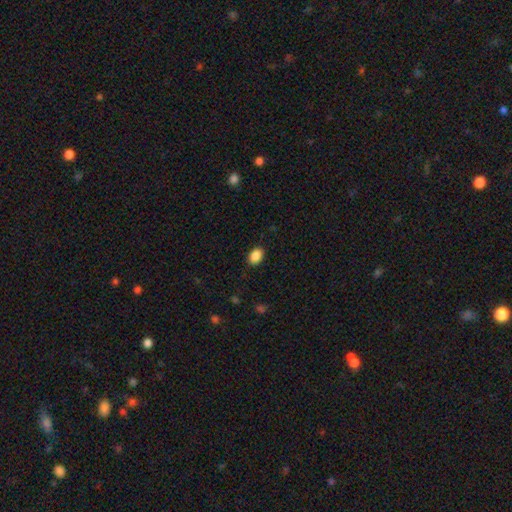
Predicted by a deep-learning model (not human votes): smooth 88%, star or artifact 8%, featured or disk 4%. Down the decision tree: how rounded — in between (82%); merging — none (88%).